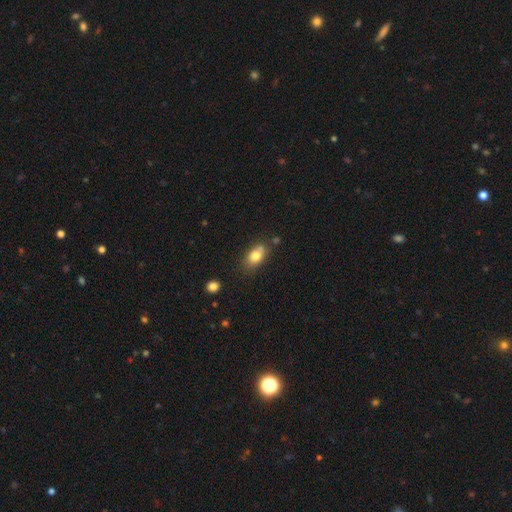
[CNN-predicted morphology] smooth_or_featured: smooth (p=0.78) [alt: featured or disk p=0.13]
how_rounded: in between (p=0.82) [alt: round p=0.15]
merging: none (p=0.62) [alt: minor disturbance p=0.22]